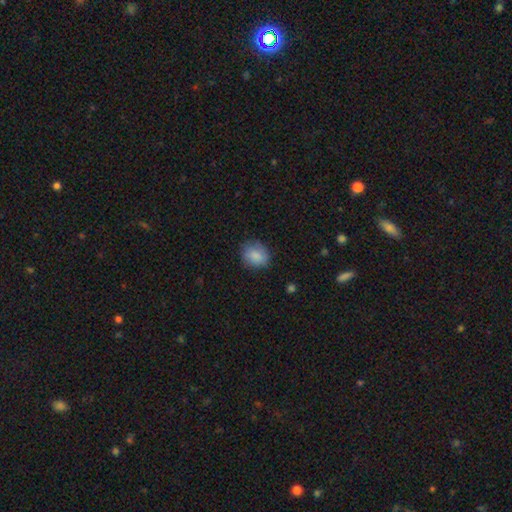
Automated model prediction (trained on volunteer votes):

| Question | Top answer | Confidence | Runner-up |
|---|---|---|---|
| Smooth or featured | smooth | 85% | star or artifact (8%) |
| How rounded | round | 64% | in between (35%) |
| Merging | none | 79% | minor disturbance (16%) |